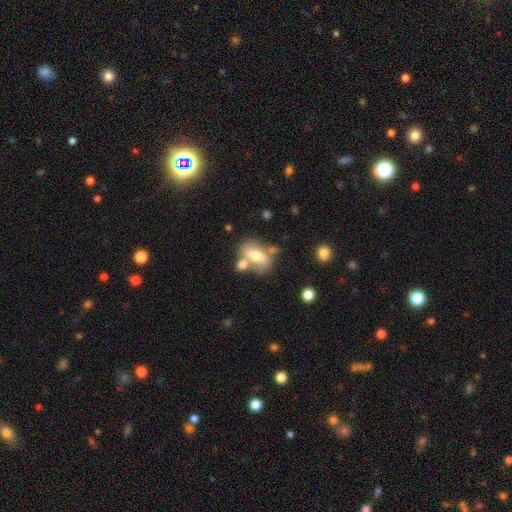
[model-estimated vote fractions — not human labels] smooth 50%, featured or disk 42%, star or artifact 8%. Down the decision tree: merging — none (50%).